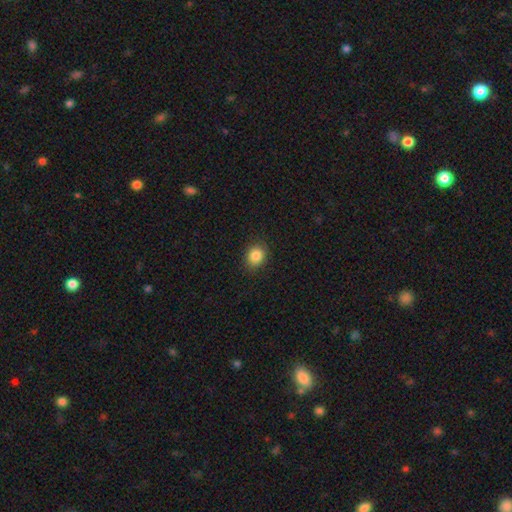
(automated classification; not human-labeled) This appears to be a smooth galaxy with no disk features (86%) that is round (65%). Merging: none (86%).